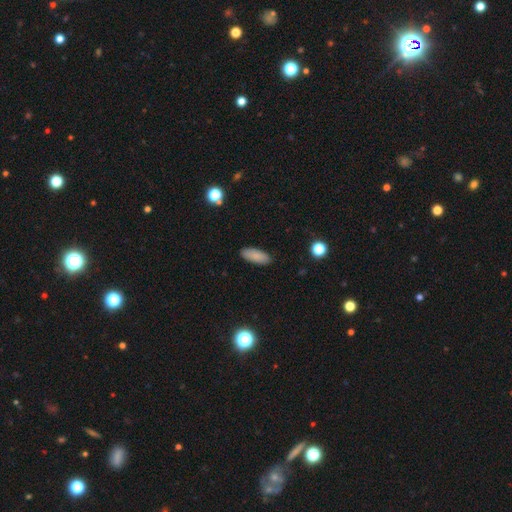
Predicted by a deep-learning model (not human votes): Smooth or featured?
  - smooth: 85% *
  - star or artifact: 8%
  - featured or disk: 7%
How rounded?
  - in between: 78% *
  - cigar-shaped: 20%
  - round: 2%
Merging?
  - none: 88% *
  - minor disturbance: 9%
  - major disturbance: 2%
  - merger: 1%